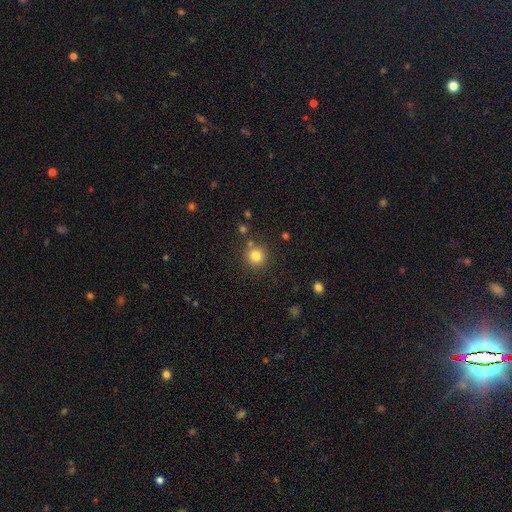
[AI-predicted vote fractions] smooth 81%, star or artifact 12%, featured or disk 6%. Down the decision tree: how rounded — round (93%); merging — none (82%).